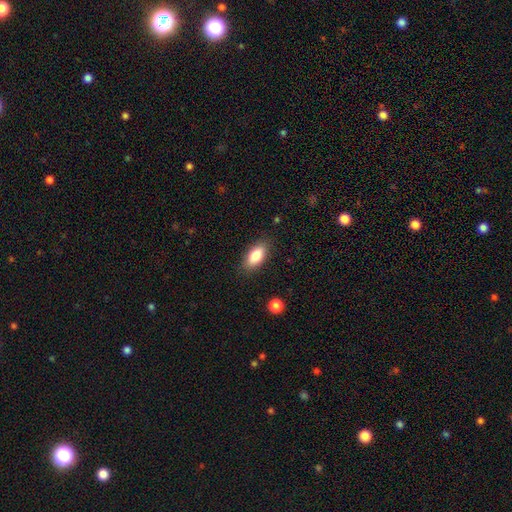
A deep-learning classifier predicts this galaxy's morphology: Smooth or featured? smooth (83%)
How rounded? in between (88%)
Merging? none (86%)